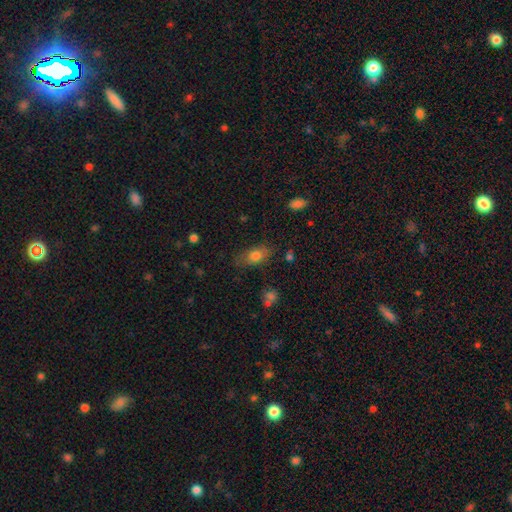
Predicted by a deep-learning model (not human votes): Smooth or featured: smooth — 77% (featured or disk — 14%)
How rounded: in between — 85% (round — 9%)
Merging: none — 71% (minor disturbance — 20%)